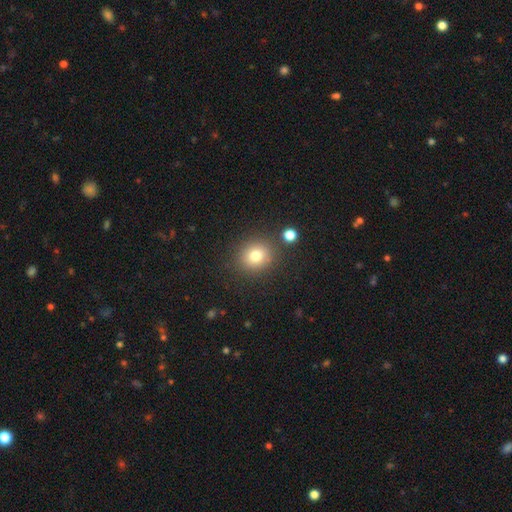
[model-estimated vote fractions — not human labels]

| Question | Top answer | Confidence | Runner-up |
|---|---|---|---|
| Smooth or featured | smooth | 79% | star or artifact (13%) |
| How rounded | round | 81% | in between (18%) |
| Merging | none | 83% | minor disturbance (9%) |